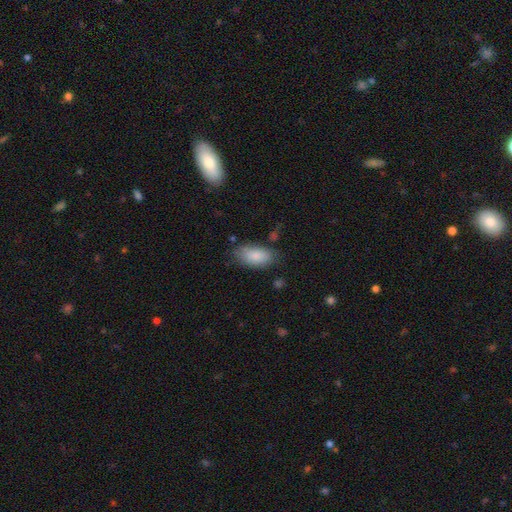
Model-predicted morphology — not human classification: A smooth galaxy with no disk features (85%) that is in between round and cigar-shaped (92%). Merging: none (69%).